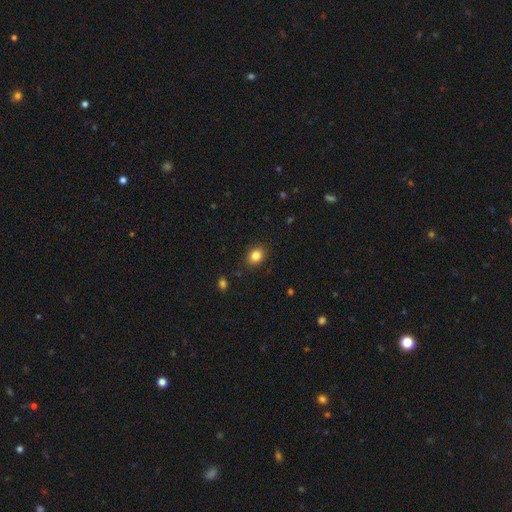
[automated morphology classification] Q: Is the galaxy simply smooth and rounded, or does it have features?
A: smooth — 84%.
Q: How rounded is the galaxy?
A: round — 50%.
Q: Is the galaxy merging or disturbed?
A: none — 87%.